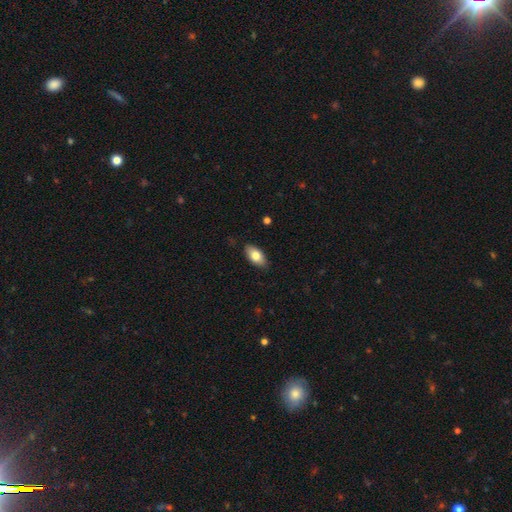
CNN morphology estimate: Smooth or featured? Predicted: smooth (p=0.79). How rounded? Predicted: in between (p=0.92). Merging? Predicted: none (p=0.86).